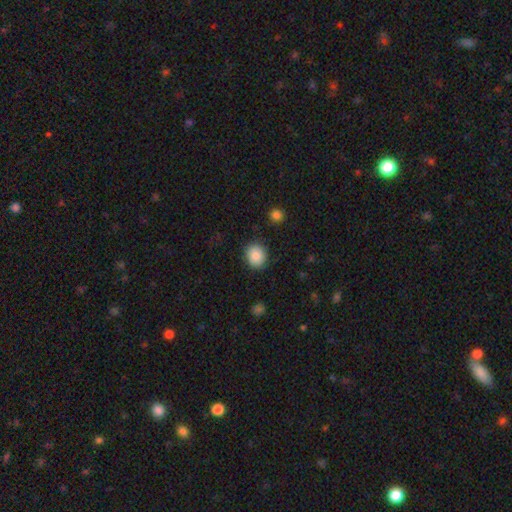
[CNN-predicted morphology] This appears to be a smooth galaxy with no disk features (88%) that is round (74%). Merging: none (88%).